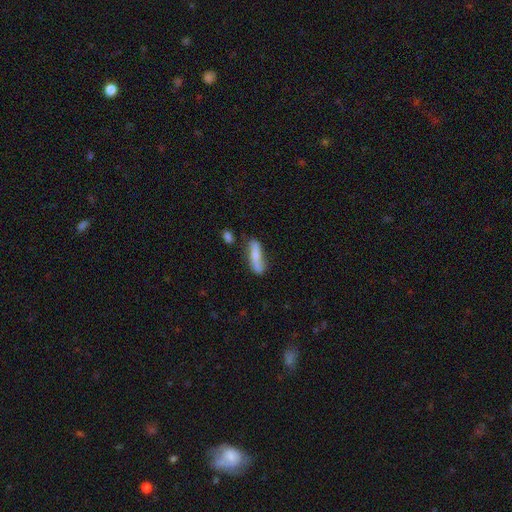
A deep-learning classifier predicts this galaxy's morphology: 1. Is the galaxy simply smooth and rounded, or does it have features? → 67% smooth, 27% featured or disk, 6% star or artifact.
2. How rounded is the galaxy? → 66% cigar-shaped, 32% in between, 2% round.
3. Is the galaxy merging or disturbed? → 63% none, 24% minor disturbance, 7% merger, 6% major disturbance.